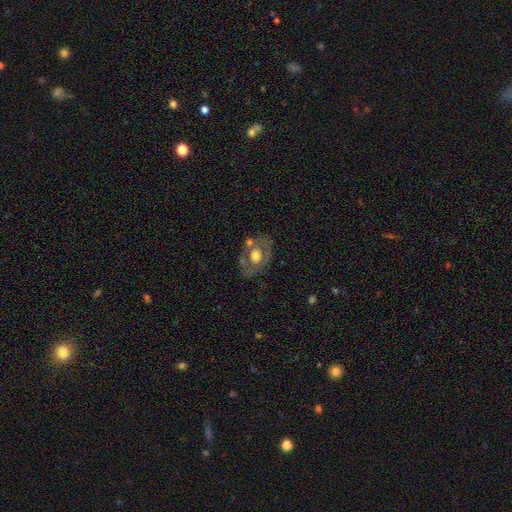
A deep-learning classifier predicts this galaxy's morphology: type=featured or disk (52%); edge-on=no (92%); merging=none (63%).